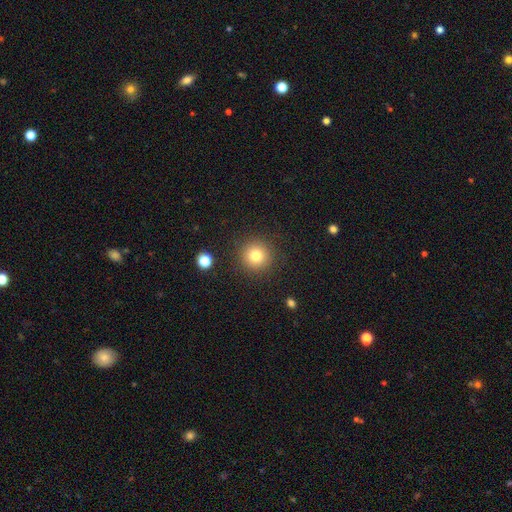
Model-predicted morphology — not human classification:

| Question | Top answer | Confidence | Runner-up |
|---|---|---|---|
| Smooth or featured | smooth | 79% | star or artifact (12%) |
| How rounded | round | 95% | in between (4%) |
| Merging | none | 89% | minor disturbance (6%) |